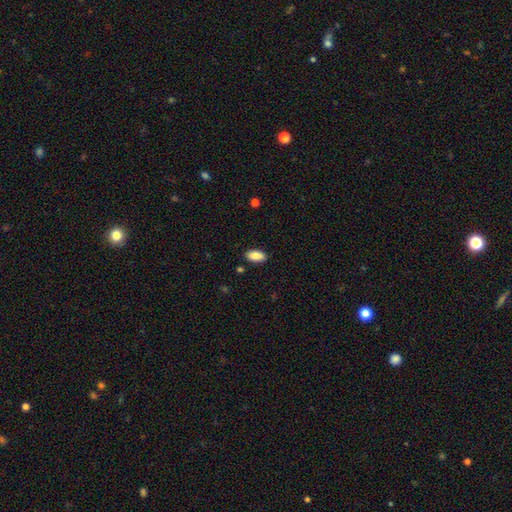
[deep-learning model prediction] A smooth galaxy with no disk features (84%) that is in between round and cigar-shaped (92%).

Vote fractions:
- Smooth or featured? smooth: 84% / featured or disk: 9% / star or artifact: 7%
- How rounded? in between: 92% / cigar-shaped: 5% / round: 3%
- Merging? none: 87% / minor disturbance: 9% / major disturbance: 2% / merger: 1%